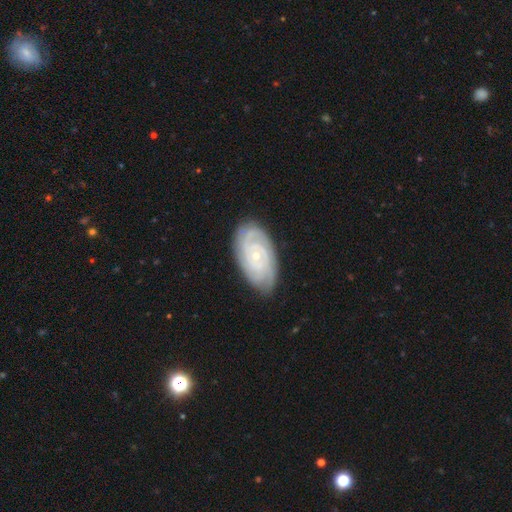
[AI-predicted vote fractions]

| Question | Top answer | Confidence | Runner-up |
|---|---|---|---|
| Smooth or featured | featured or disk | 83% | smooth (10%) |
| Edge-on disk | no | 96% | yes (4%) |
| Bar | no | 73% | weak (22%) |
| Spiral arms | yes | 97% | no (3%) |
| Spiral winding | tight | 80% | medium (17%) |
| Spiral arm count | can't tell | 27% | 2 (23%) |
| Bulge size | small | 80% | moderate (17%) |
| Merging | none | 81% | minor disturbance (15%) |